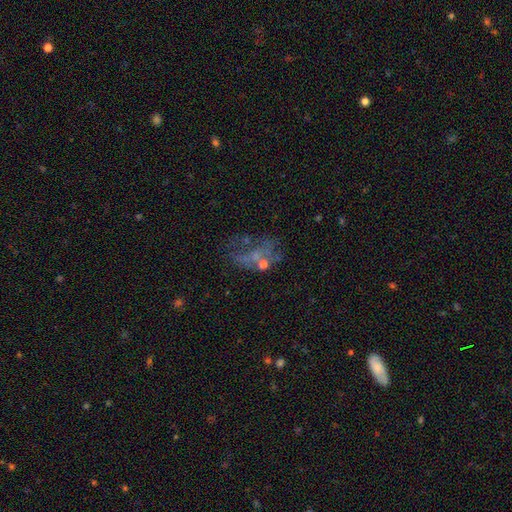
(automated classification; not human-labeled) A featured or disk galaxy (48%).

Vote fractions:
- Smooth or featured? featured or disk: 48% / star or artifact: 29% / smooth: 24%
- Merging? major disturbance: 37% / none: 36% / minor disturbance: 16% / merger: 11%